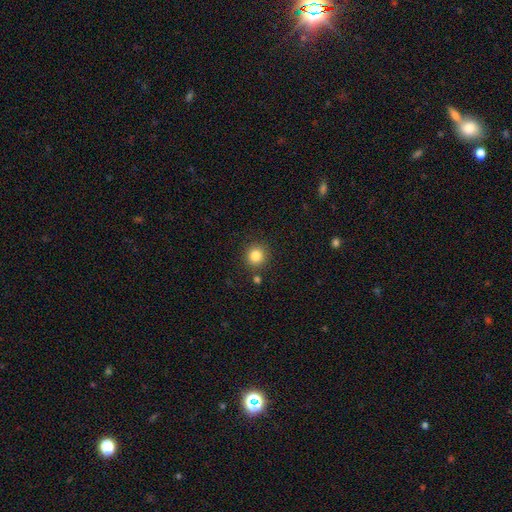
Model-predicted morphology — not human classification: Smooth or featured? Predicted: smooth (p=0.83). How rounded? Predicted: round (p=0.92). Merging? Predicted: none (p=0.86).